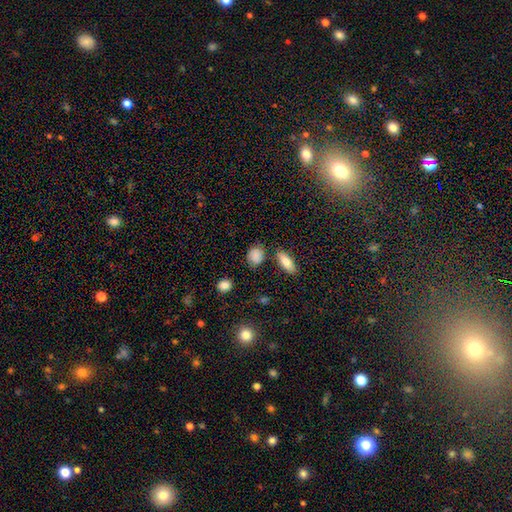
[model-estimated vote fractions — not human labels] smooth_or_featured: smooth (p=0.83) [alt: star or artifact p=0.10]
how_rounded: in between (p=0.50) [alt: round p=0.47]
merging: none (p=0.73) [alt: minor disturbance p=0.17]